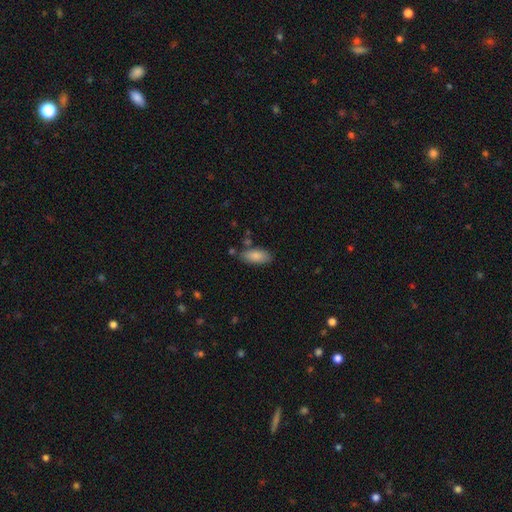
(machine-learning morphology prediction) Smooth or featured: smooth — 86% (featured or disk — 8%)
How rounded: in between — 87% (cigar-shaped — 11%)
Merging: none — 75% (minor disturbance — 15%)